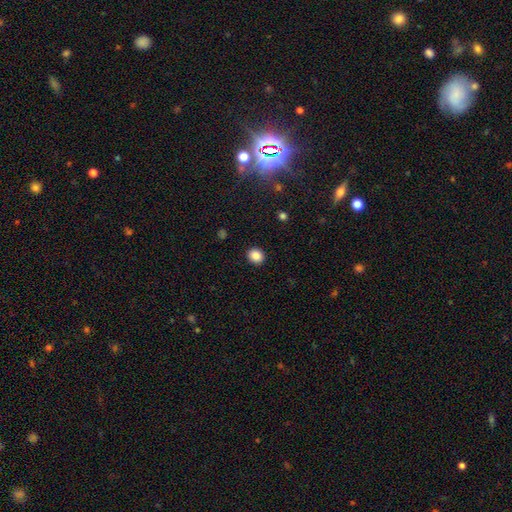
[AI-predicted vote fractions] smooth-or-featured: smooth: 87% | star or artifact: 9% | featured or disk: 3%
  how-rounded: round: 75% | in between: 25% | cigar-shaped: 1%
  merging: none: 91% | minor disturbance: 6% | major disturbance: 2% | merger: 1%